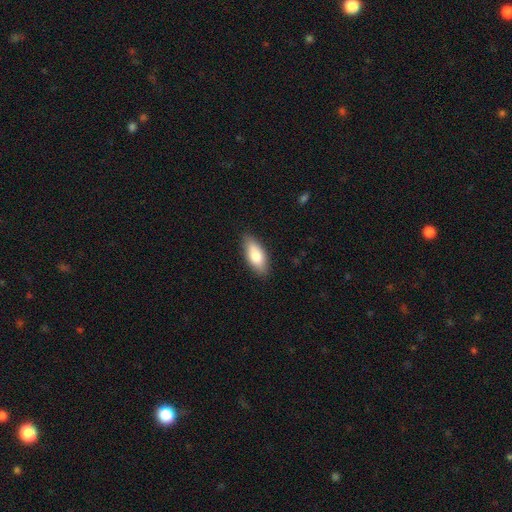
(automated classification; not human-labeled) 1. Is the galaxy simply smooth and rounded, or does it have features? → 80% smooth, 14% featured or disk, 6% star or artifact.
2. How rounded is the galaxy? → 81% in between, 17% cigar-shaped, 2% round.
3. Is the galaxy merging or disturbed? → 84% none, 13% minor disturbance, 2% major disturbance, 1% merger.